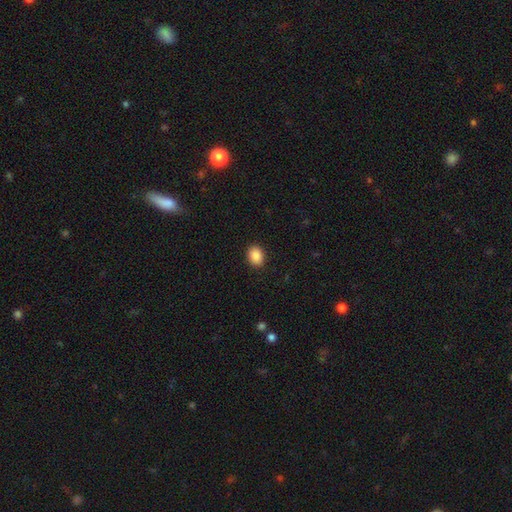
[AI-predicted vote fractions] smooth_or_featured: smooth (p=0.89) [alt: star or artifact p=0.08]
how_rounded: in between (p=0.62) [alt: round p=0.37]
merging: none (p=0.90) [alt: minor disturbance p=0.07]